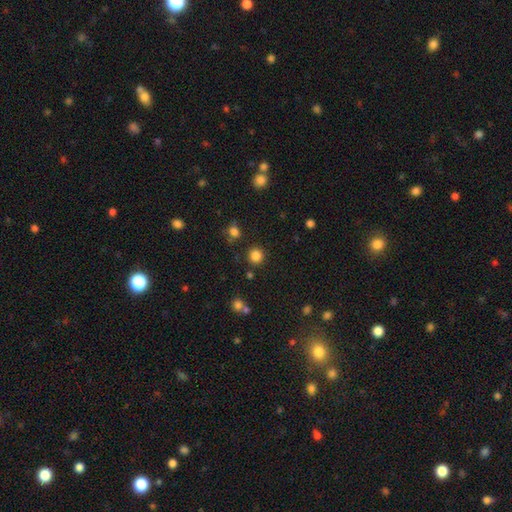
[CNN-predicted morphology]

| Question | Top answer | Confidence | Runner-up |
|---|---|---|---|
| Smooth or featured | smooth | 83% | star or artifact (13%) |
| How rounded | round | 93% | in between (6%) |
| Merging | none | 88% | minor disturbance (6%) |